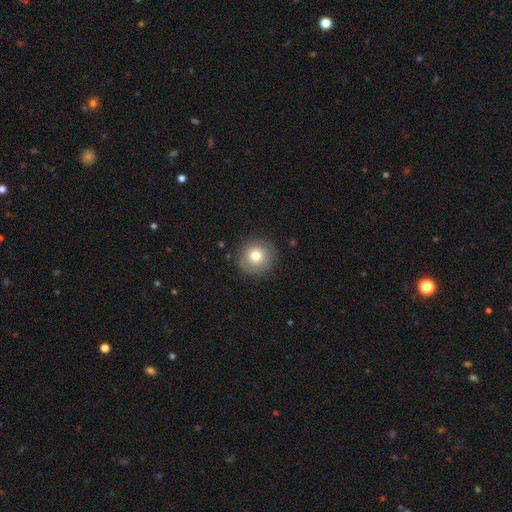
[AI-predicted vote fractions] A smooth galaxy with no disk features (75%) that is round (93%).

Vote fractions:
- Smooth or featured? smooth: 75% / featured or disk: 15% / star or artifact: 10%
- How rounded? round: 93% / in between: 6% / cigar-shaped: 1%
- Merging? none: 86% / minor disturbance: 9% / major disturbance: 3% / merger: 1%